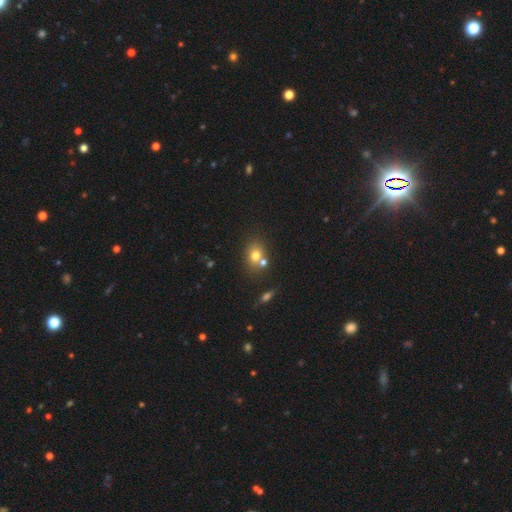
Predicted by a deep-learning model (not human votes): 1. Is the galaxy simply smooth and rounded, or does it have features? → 72% smooth, 15% featured or disk, 13% star or artifact.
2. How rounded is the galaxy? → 53% round, 46% in between, 1% cigar-shaped.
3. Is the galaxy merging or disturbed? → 52% none, 33% merger, 11% minor disturbance, 4% major disturbance.